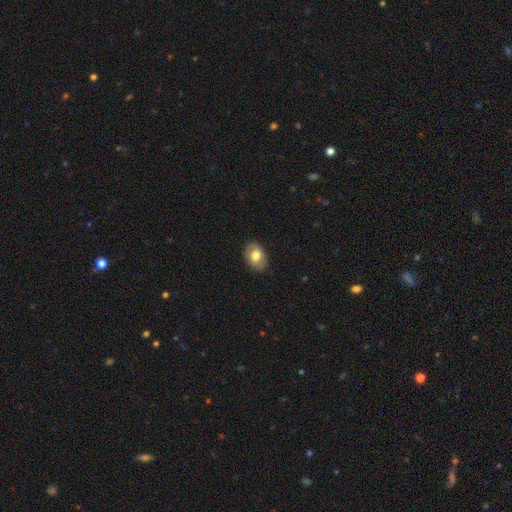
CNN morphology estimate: Smooth or featured? Predicted: smooth (p=0.69). How rounded? Predicted: in between (p=0.77). Merging? Predicted: none (p=0.85).